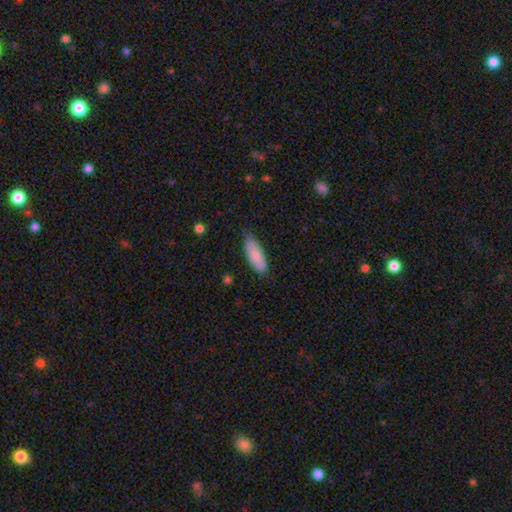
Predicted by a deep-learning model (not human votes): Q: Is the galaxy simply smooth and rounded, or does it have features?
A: smooth — 84%.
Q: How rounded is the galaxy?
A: in between — 68%.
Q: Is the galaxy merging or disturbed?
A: none — 76%.